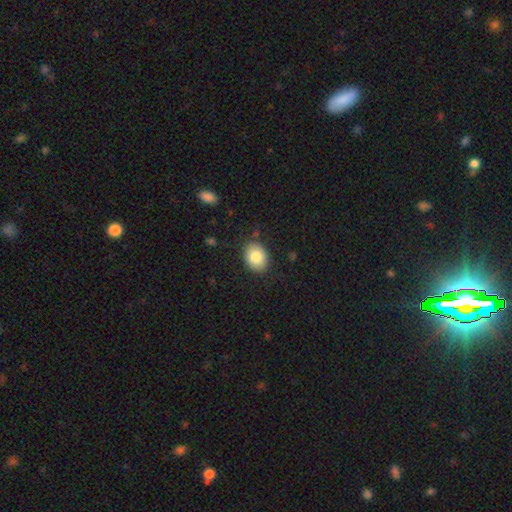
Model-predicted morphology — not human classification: Smooth or featured? smooth (84%)
How rounded? in between (63%)
Merging? none (85%)